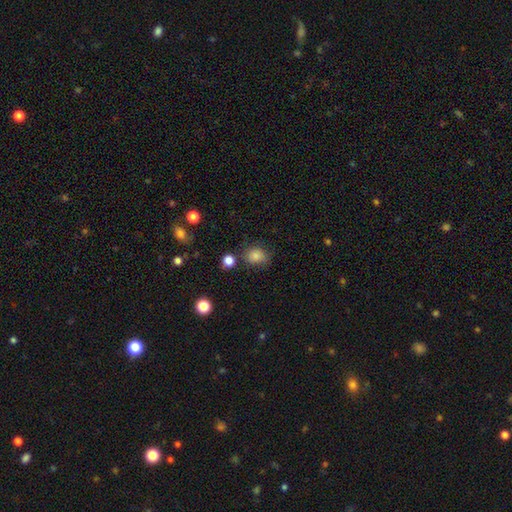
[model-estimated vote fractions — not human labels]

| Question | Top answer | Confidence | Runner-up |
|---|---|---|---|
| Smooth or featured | smooth | 83% | star or artifact (12%) |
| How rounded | round | 60% | in between (40%) |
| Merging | none | 74% | minor disturbance (17%) |